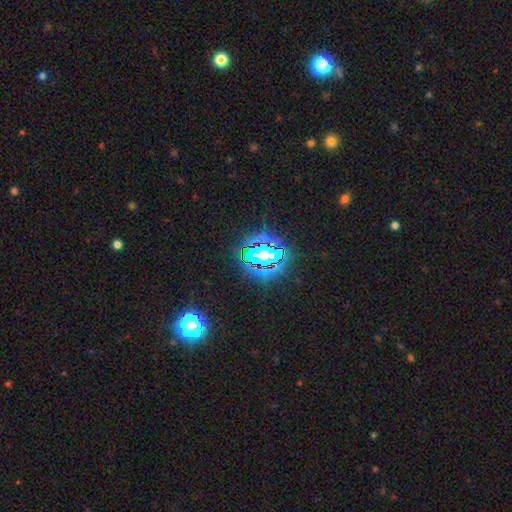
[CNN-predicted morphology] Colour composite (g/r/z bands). It shows a star or artifact, not a galaxy (80%).